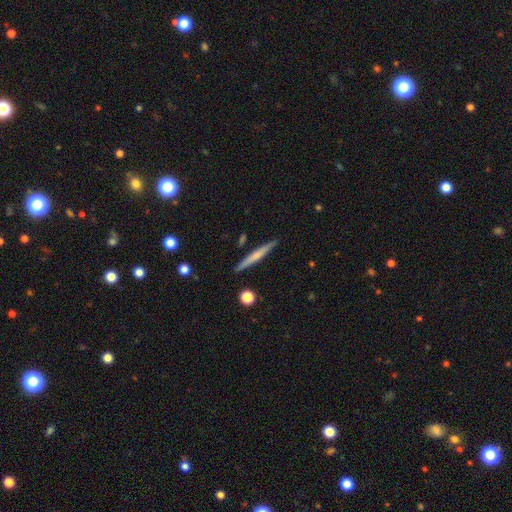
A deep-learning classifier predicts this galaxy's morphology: smooth 49%, featured or disk 46%, star or artifact 6%. Down the decision tree: merging — none (90%).